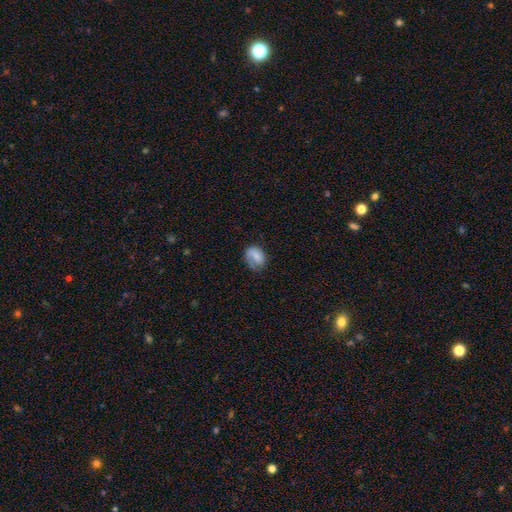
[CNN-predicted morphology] This is likely a smooth galaxy (65%). How rounded: likely in between (65%). Merging: possibly none (46%).